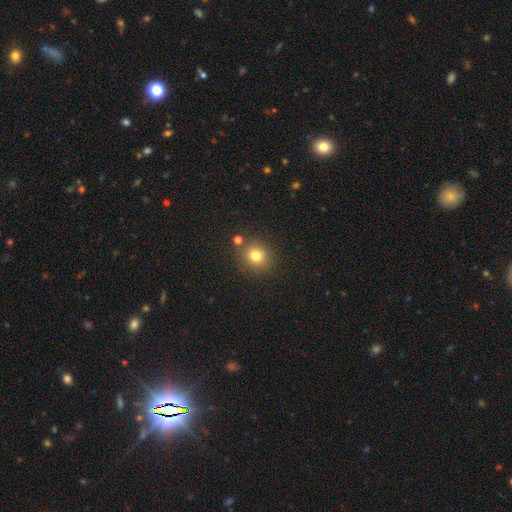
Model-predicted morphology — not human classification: Smooth or featured? smooth (78%)
How rounded? round (83%)
Merging? none (80%)